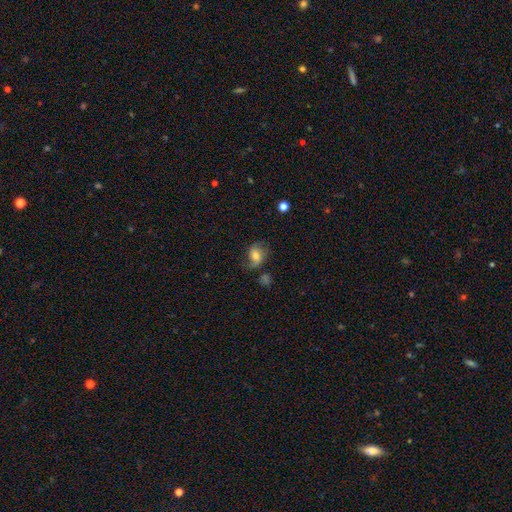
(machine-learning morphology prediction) smooth 58%, featured or disk 32%, star or artifact 10%. Down the decision tree: how rounded — in between (61%); merging — none (53%).